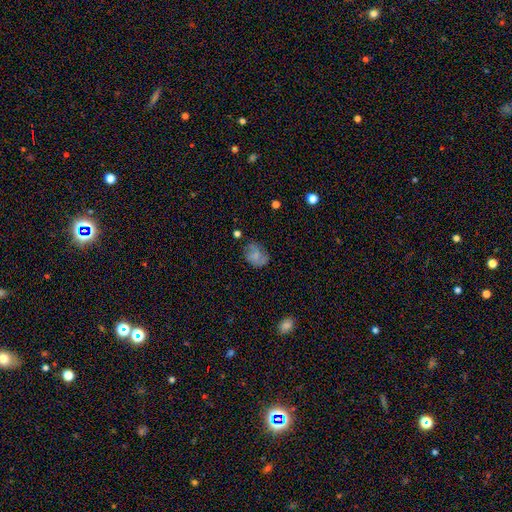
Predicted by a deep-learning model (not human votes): Smooth or featured? Predicted: smooth (p=0.58). How rounded? Predicted: in between (p=0.61). Merging? Predicted: none (p=0.62).